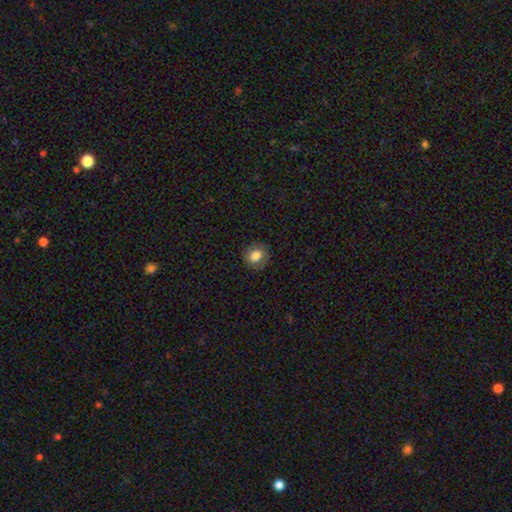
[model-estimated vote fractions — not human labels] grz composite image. It shows a smooth galaxy with no disk features (79%) that is round (68%). Merging: none (84%).